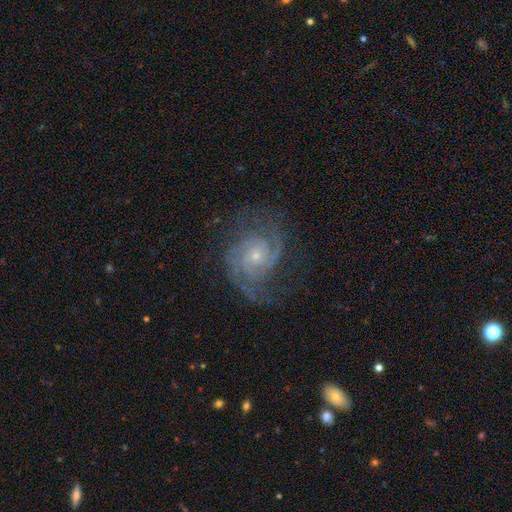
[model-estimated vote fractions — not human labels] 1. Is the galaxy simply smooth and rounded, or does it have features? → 88% featured or disk, 6% star or artifact, 6% smooth.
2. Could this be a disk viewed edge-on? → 98% no, 2% yes.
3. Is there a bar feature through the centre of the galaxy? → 74% no, 22% weak, 4% strong.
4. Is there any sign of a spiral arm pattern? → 97% yes, 3% no.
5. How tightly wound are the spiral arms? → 44% medium (tied), 44% tight (tied), 12% loose.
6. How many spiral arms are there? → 54% 2, 20% 3, 12% can't tell, 5% 4, 5% 1, 4% more than 4.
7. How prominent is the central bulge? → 70% small, 25% moderate, 2% none, 2% large, 1% dominant.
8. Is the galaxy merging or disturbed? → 69% none, 18% minor disturbance, 12% major disturbance, 1% merger.